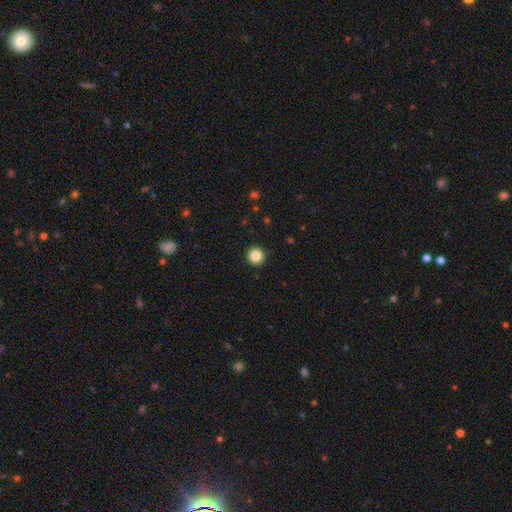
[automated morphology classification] Smooth or featured?
  - smooth: 85% *
  - star or artifact: 10%
  - featured or disk: 5%
How rounded?
  - round: 95% *
  - in between: 4%
  - cigar-shaped: 1%
Merging?
  - none: 93% *
  - minor disturbance: 4%
  - major disturbance: 2%
  - merger: 1%